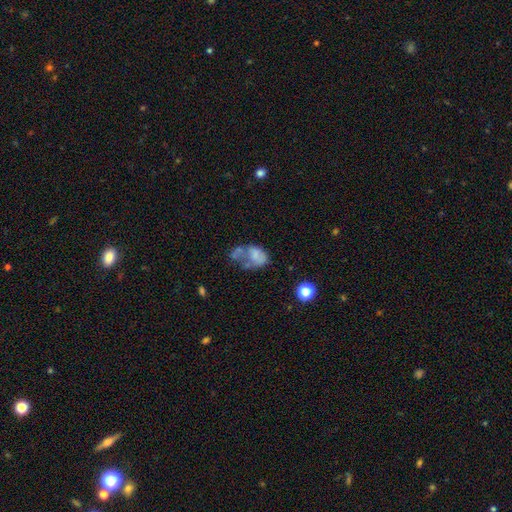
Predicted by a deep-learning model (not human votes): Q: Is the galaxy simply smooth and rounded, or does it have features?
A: smooth — 51%.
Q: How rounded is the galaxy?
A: in between — 80%.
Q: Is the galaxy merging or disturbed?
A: major disturbance — 32%.